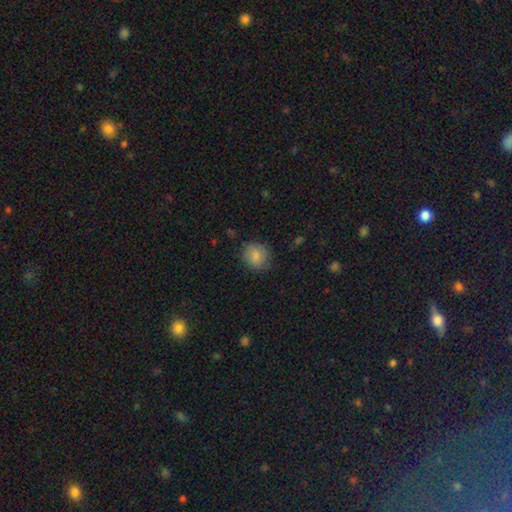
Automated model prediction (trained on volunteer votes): This is clearly a smooth galaxy (83%). How rounded: clearly round (81%). Merging: likely none (78%).